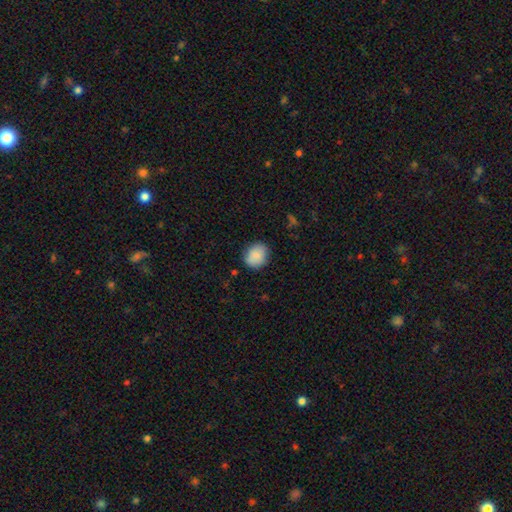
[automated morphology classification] The model was most divided on "how rounded": round: 66%, in between: 33%, cigar-shaped: 1%. More confident: smooth or featured — smooth (87%); merging — none (82%).